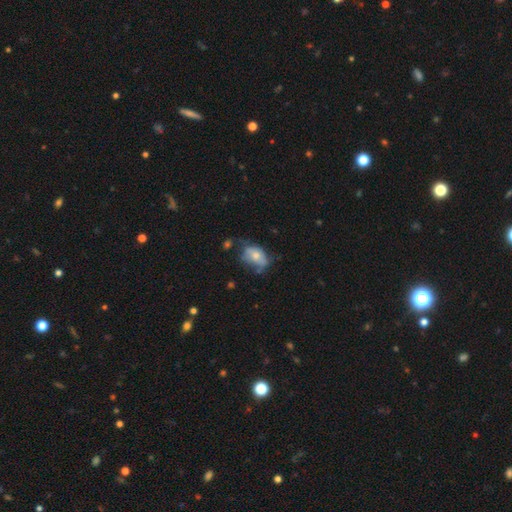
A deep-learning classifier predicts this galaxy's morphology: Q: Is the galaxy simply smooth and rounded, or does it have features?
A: smooth — 60%.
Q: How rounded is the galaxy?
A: in between — 82%.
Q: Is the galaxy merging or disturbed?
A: minor disturbance — 35%, tied with none.